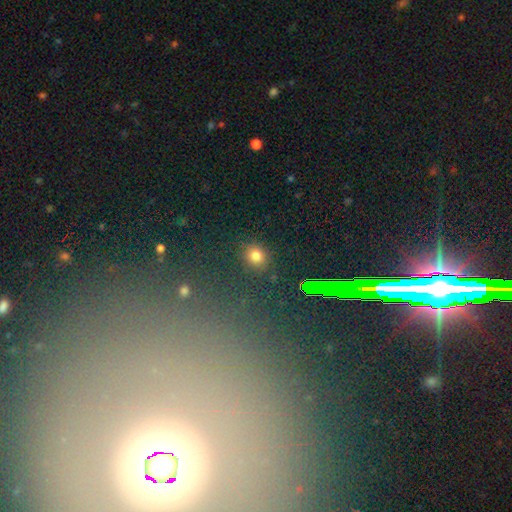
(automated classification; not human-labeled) A smooth galaxy with no disk features (77%) that is round (76%). Merging: none (85%).